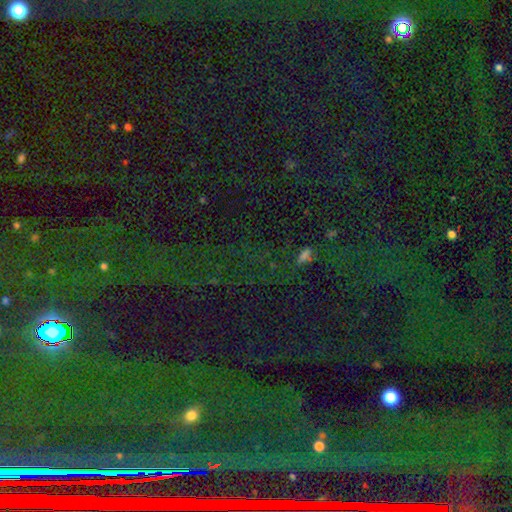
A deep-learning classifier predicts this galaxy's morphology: type=star or artifact (83%).